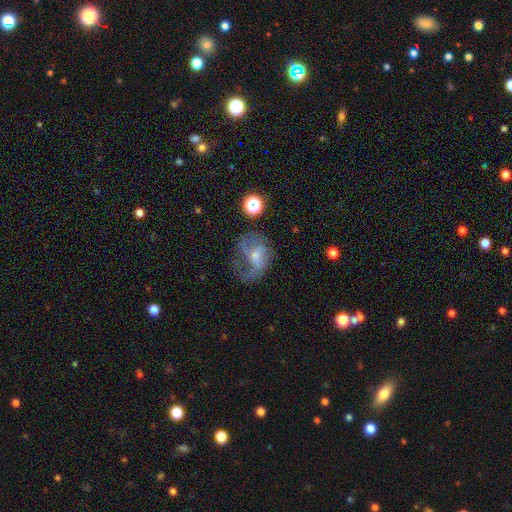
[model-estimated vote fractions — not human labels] Smooth or featured? featured or disk (55%)
Edge-on disk? no (96%)
Bar? no (55%)
Spiral arms? yes (57%)
Bulge size? small (50%)
Merging? major disturbance (41%)